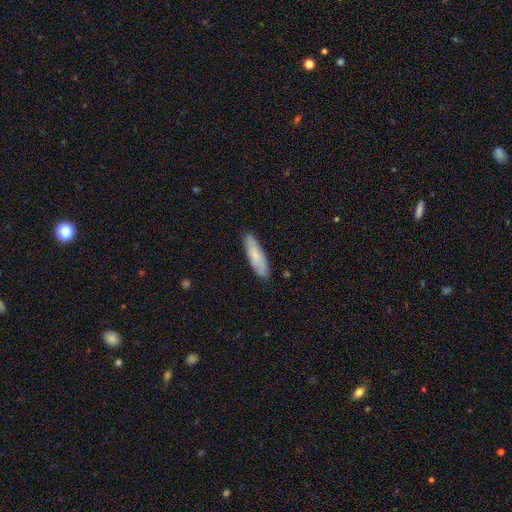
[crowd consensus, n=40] Morphology: type=smooth (78%); roundness=cigar-shaped (65%); merging=none (82%).